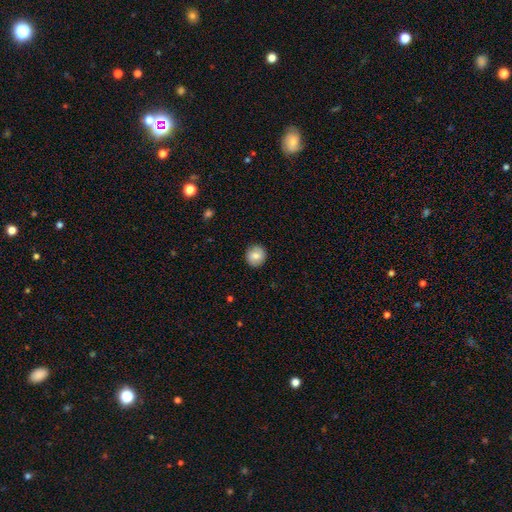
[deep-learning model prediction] Morphology: type=smooth (80%); roundness=round (90%); merging=none (90%).